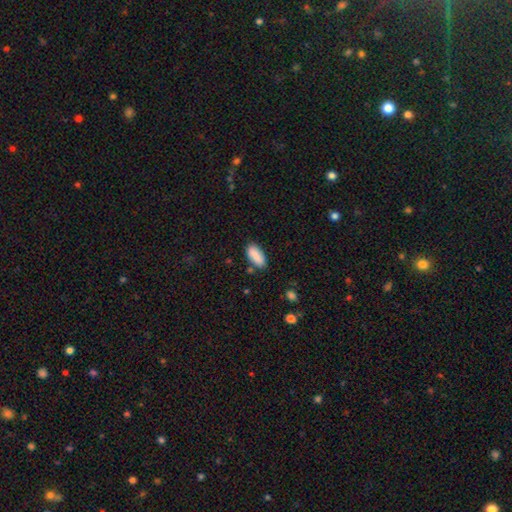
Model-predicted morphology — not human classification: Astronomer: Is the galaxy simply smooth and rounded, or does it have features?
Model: smooth — 84%.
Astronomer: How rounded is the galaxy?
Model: in between — 90%.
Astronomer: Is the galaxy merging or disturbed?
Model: none — 79%.